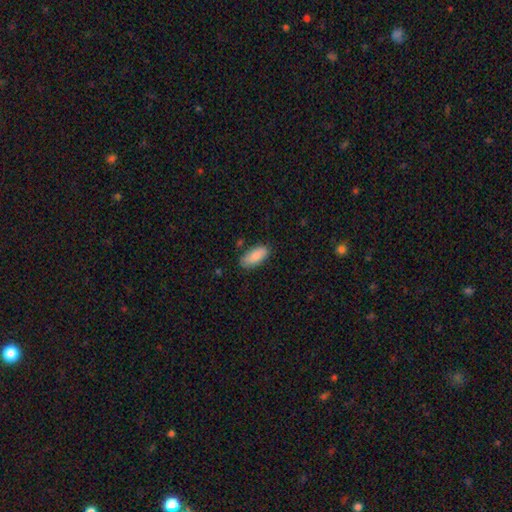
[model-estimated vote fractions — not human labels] Smooth or featured: smooth — 89% (star or artifact — 6%)
How rounded: in between — 88% (cigar-shaped — 11%)
Merging: none — 78% (minor disturbance — 16%)